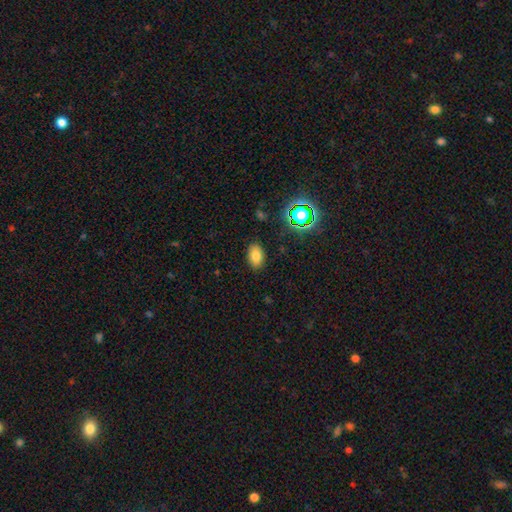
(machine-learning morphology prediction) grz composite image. It shows a smooth galaxy with no disk features (78%) that is in between round and cigar-shaped (89%). Merging: none (86%).